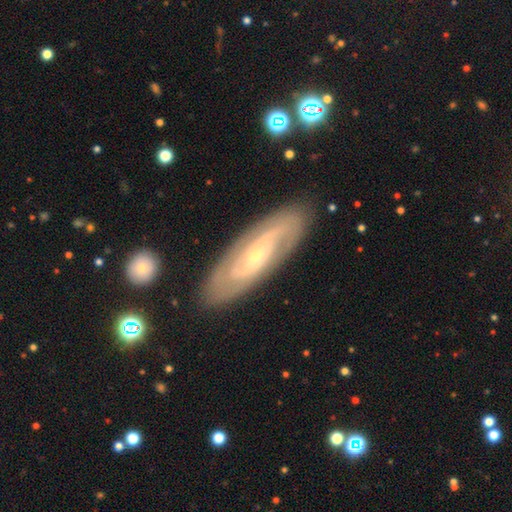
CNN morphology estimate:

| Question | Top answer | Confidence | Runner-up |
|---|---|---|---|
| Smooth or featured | featured or disk | 79% | smooth (15%) |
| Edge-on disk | no | 87% | yes (13%) |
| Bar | no | 55% | weak (34%) |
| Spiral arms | yes | 89% | no (11%) |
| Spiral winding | tight | 52% | medium (35%) |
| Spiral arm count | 2 | 55% | can't tell (30%) |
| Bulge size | small | 76% | moderate (20%) |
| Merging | none | 85% | minor disturbance (11%) |